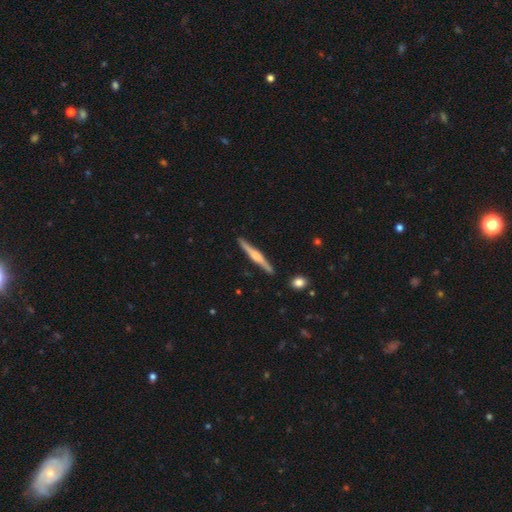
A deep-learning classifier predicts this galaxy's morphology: A featured or disk galaxy (68%) viewed edge-on (98%) with a rounded central bulge (64%). Merging: none (90%).